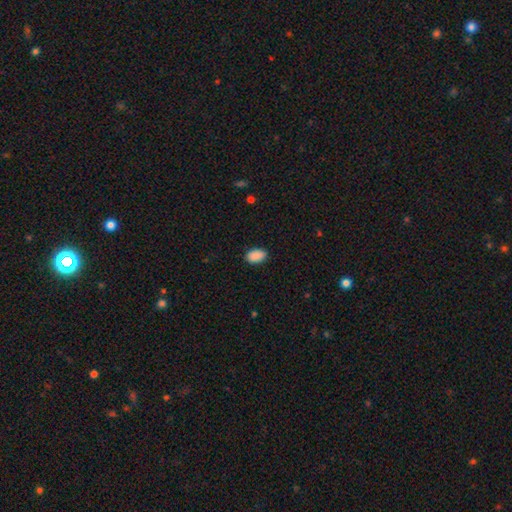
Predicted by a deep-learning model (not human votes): This is clearly a smooth galaxy (91%). How rounded: clearly in between (91%). Merging: clearly none (87%).